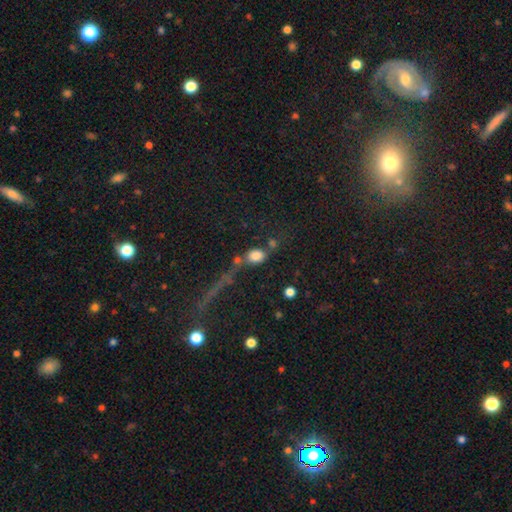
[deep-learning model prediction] Smooth or featured? Predicted: smooth (p=0.78). How rounded? Predicted: in between (p=0.60). Merging? Predicted: none (p=0.48).